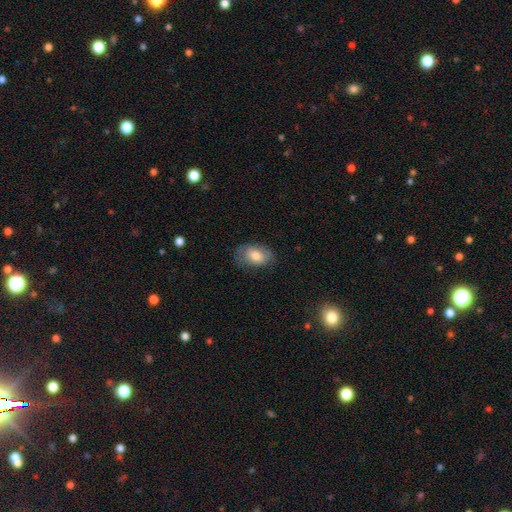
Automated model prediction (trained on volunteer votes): This appears to be a smooth galaxy with no disk features (76%) that is in between round and cigar-shaped (89%). Merging: none (67%).